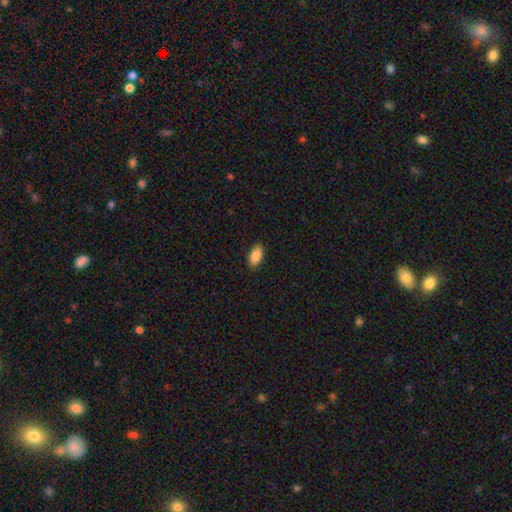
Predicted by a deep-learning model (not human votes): smooth-or-featured: smooth: 88% | star or artifact: 7% | featured or disk: 5%
  how-rounded: in between: 93% | cigar-shaped: 4% | round: 3%
  merging: none: 90% | minor disturbance: 8% | major disturbance: 2% | merger: 1%